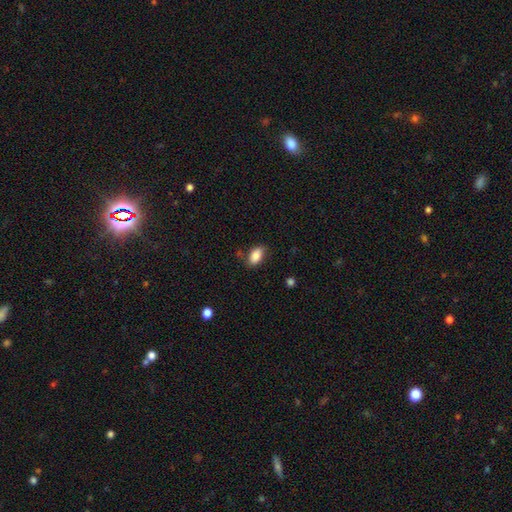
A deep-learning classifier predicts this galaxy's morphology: Smooth or featured? smooth (85%)
How rounded? in between (92%)
Merging? none (78%)